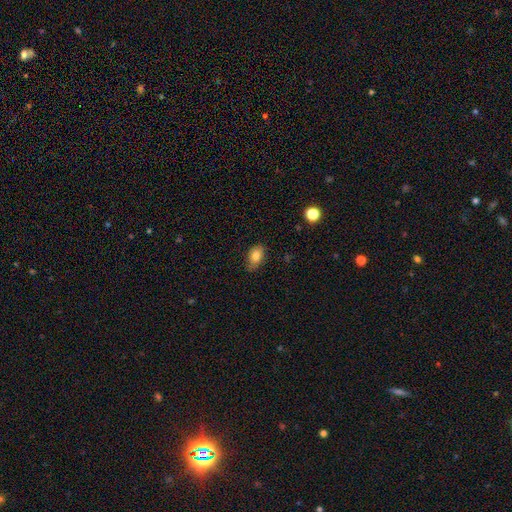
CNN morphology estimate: Smooth or featured? smooth (82%)
How rounded? in between (87%)
Merging? none (75%)